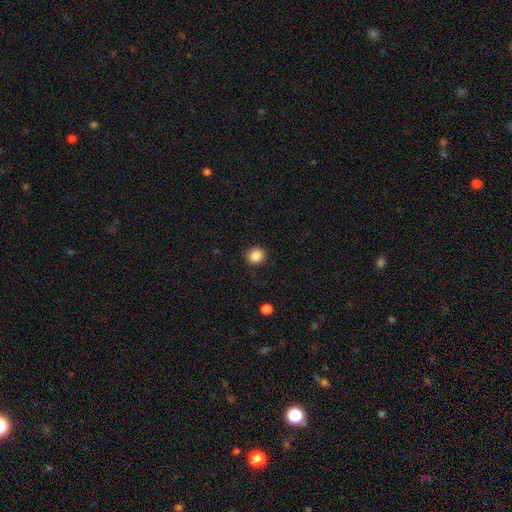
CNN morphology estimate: Smooth or featured? smooth (87%)
How rounded? round (83%)
Merging? none (90%)